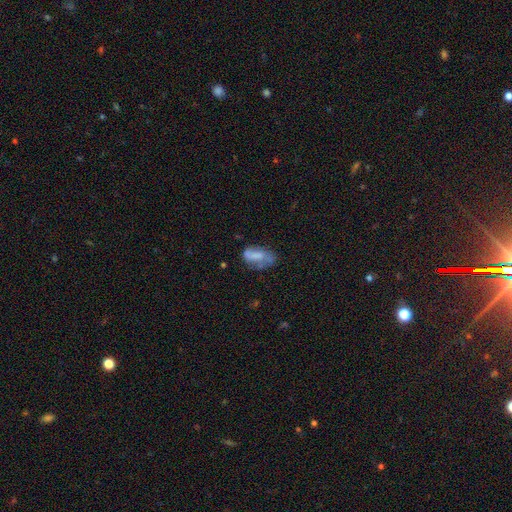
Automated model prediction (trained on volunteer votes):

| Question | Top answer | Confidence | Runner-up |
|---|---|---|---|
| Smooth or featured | smooth | 53% | featured or disk (37%) |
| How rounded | in between | 88% | cigar-shaped (6%) |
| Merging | none | 40% | minor disturbance (28%) |